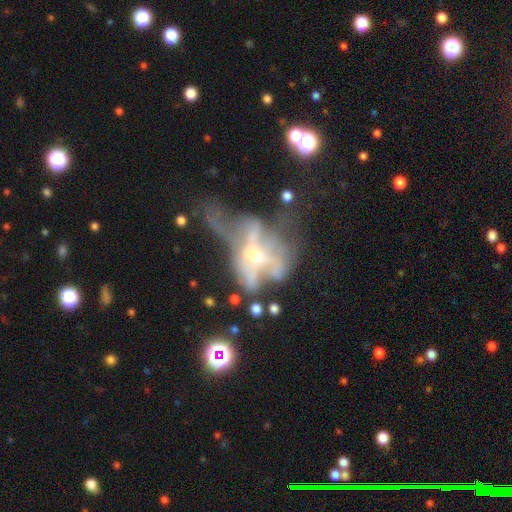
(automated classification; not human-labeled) Smooth or featured? Predicted: featured or disk (p=0.67). Edge-on disk? Predicted: no (p=0.86). Bar? Predicted: no (p=0.76). Spiral arms? Predicted: no (p=0.72). Bulge size? Predicted: moderate (p=0.55). Merging? Predicted: major disturbance (p=0.48).